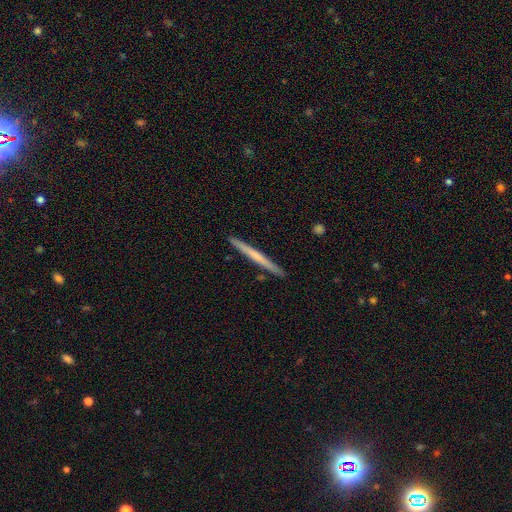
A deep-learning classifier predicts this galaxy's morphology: The model was most divided on "smooth or featured": smooth: 51%, featured or disk: 44%, star or artifact: 5%. More confident: how rounded — cigar-shaped (97%); merging — none (92%).